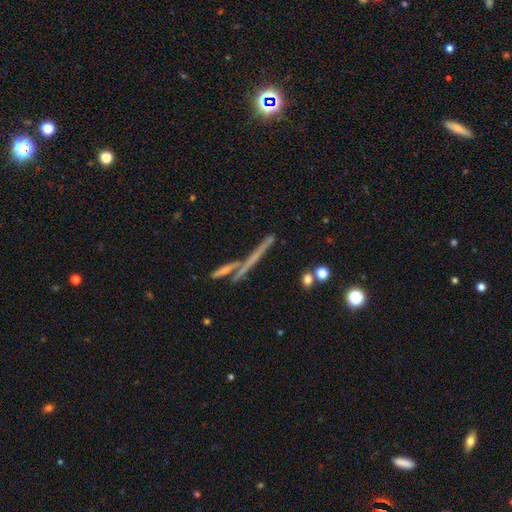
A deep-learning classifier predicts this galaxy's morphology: This appears to be a featured or disk galaxy (50%). Merging: none (63%).